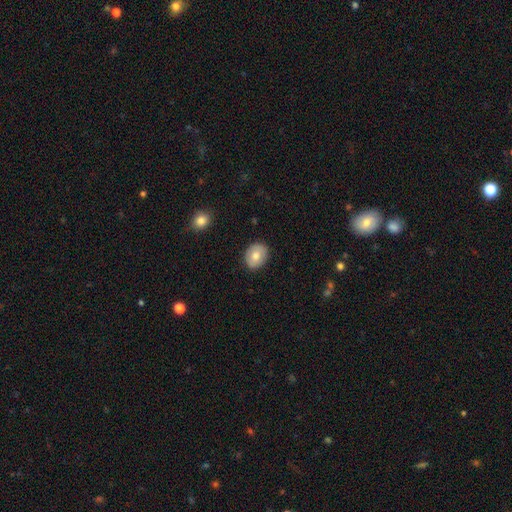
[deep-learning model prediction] A smooth galaxy with no disk features (74%) that is round (58%).

Vote fractions:
- Smooth or featured? smooth: 74% / featured or disk: 19% / star or artifact: 7%
- How rounded? round: 58% / in between: 41% / cigar-shaped: 1%
- Merging? none: 87% / minor disturbance: 9% / major disturbance: 2% / merger: 1%